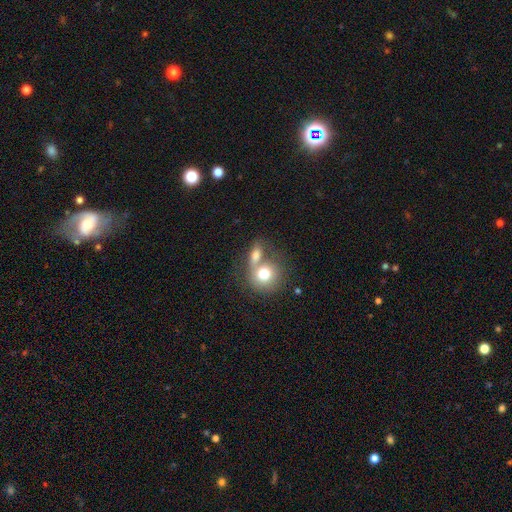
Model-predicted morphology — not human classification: smooth-or-featured: smooth: 74% | featured or disk: 18% | star or artifact: 8%
  how-rounded: round: 52% | in between: 44% | cigar-shaped: 4%
  merging: merger: 59% | none: 27% | minor disturbance: 9% | major disturbance: 6%